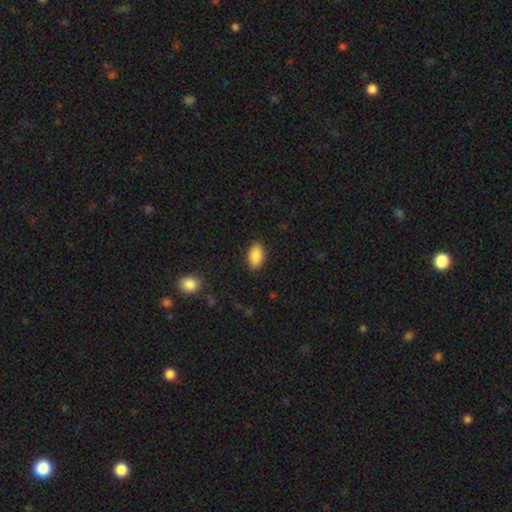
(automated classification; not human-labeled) This is clearly a smooth galaxy (88%). How rounded: clearly in between (93%). Merging: clearly none (87%).